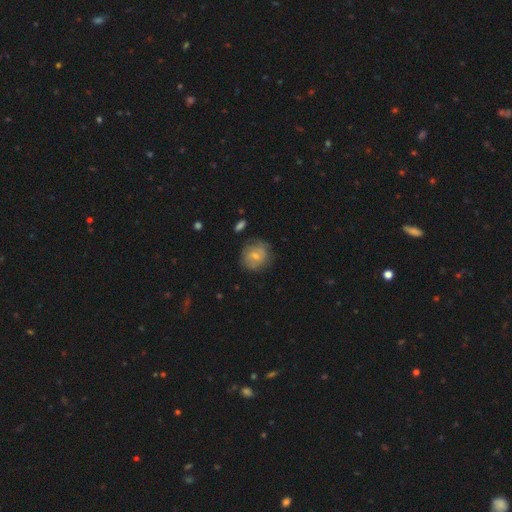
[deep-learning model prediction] smooth_or_featured: smooth (p=0.54) [alt: featured or disk p=0.38]
how_rounded: round (p=0.78) [alt: in between p=0.21]
merging: none (p=0.69) [alt: minor disturbance p=0.21]